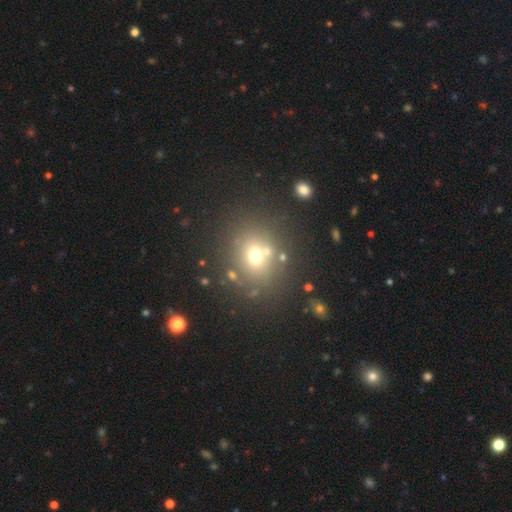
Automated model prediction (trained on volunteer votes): Q: Smooth or featured?
A: smooth (64%); runner-up: star or artifact (21%)
Q: How rounded?
A: round (74%); runner-up: in between (25%)
Q: Merging?
A: none (71%); runner-up: merger (13%)